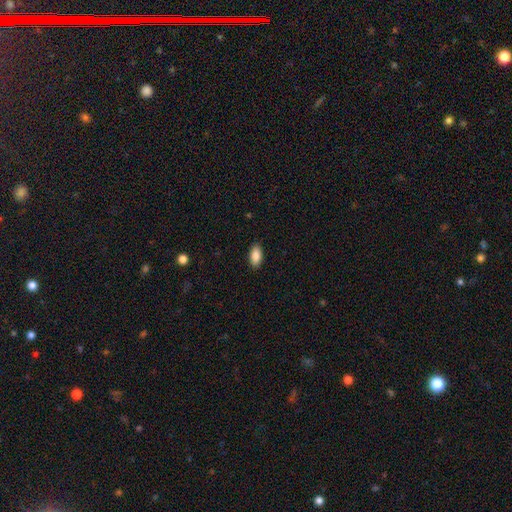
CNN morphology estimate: smooth-or-featured: smooth: 88% | star or artifact: 7% | featured or disk: 6%
  how-rounded: in between: 92% | cigar-shaped: 5% | round: 3%
  merging: none: 89% | minor disturbance: 8% | major disturbance: 2% | merger: 1%